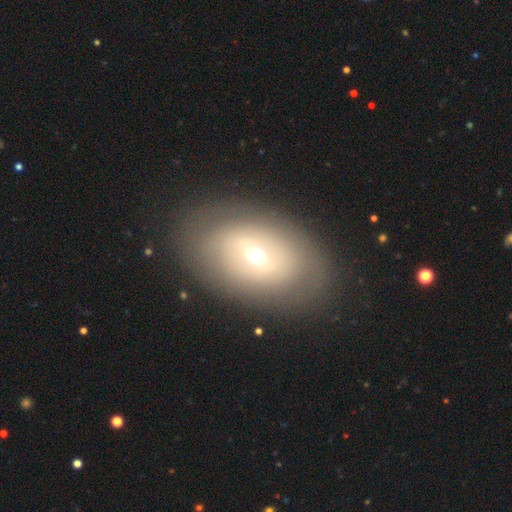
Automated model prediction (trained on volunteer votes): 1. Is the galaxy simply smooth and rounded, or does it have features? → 46% featured or disk, 44% smooth, 10% star or artifact.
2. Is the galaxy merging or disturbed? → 82% none, 12% minor disturbance, 5% major disturbance, 1% merger.